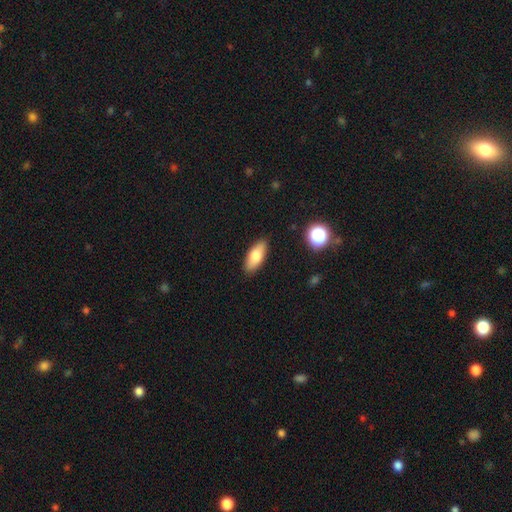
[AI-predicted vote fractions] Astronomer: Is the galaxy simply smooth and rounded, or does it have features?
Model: smooth — 76%.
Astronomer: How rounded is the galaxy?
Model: in between — 79%.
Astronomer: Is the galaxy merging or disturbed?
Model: none — 88%.